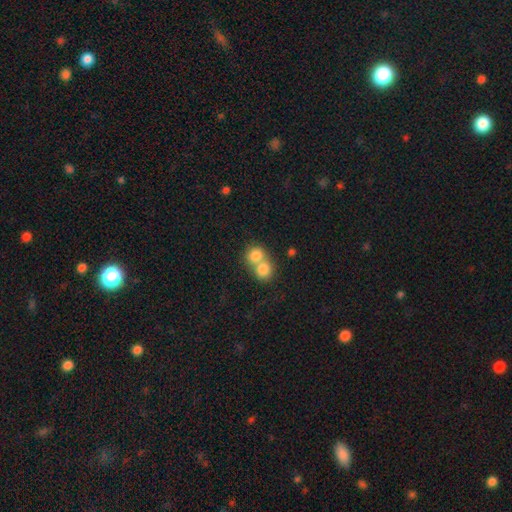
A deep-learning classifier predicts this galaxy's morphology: Overall: smooth (79%). How rounded: round (76%). Merging: merger (66%; none 27%).